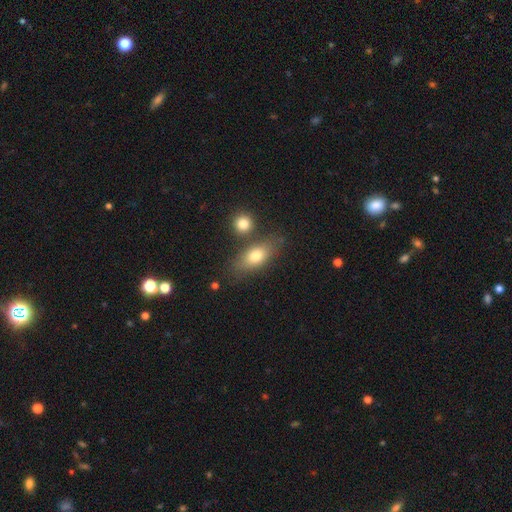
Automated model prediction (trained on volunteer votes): smooth-or-featured: smooth: 75% | featured or disk: 17% | star or artifact: 8%
  how-rounded: in between: 78% | cigar-shaped: 13% | round: 9%
  merging: none: 66% | merger: 16% | minor disturbance: 14% | major disturbance: 5%